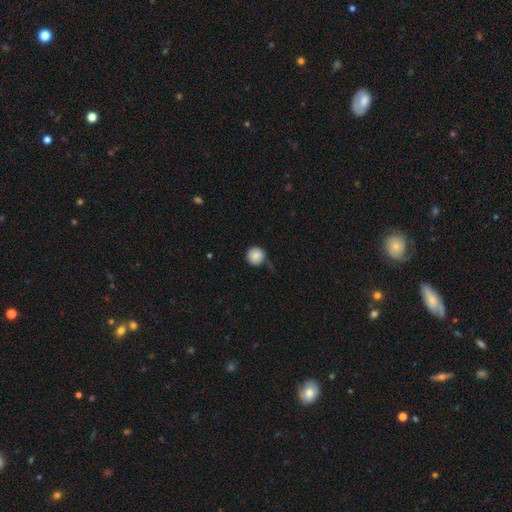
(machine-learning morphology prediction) type=smooth (87%); roundness=round (95%); merging=none (77%).